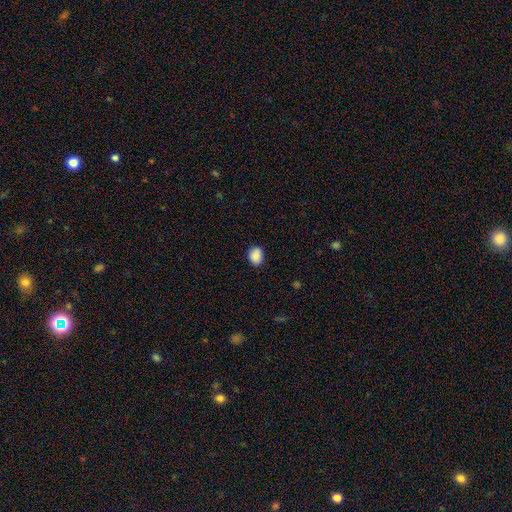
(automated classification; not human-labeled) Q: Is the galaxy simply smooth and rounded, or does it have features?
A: smooth — 88%.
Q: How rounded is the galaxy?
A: round — 51%.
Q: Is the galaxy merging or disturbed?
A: none — 86%.